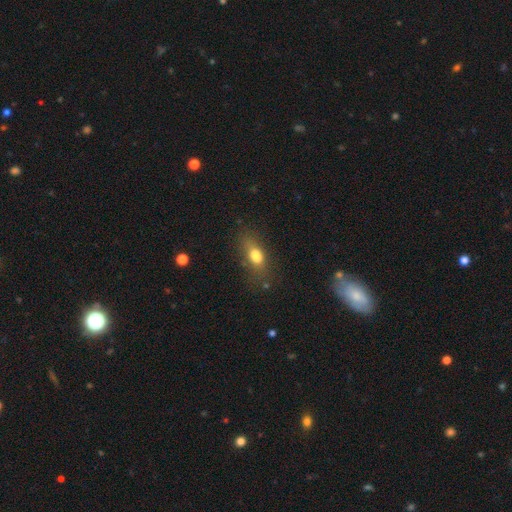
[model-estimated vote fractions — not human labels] A smooth galaxy with no disk features (75%) that is in between round and cigar-shaped (76%). Merging: none (64%).